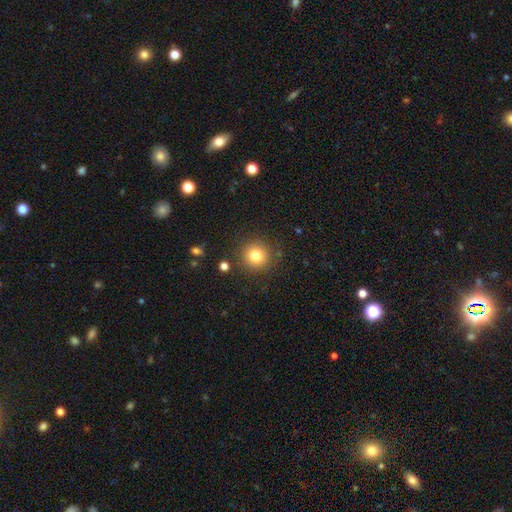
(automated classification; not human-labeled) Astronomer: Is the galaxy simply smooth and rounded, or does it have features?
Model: smooth — 80%.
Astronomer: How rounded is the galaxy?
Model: round — 94%.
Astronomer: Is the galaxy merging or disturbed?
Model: none — 87%.